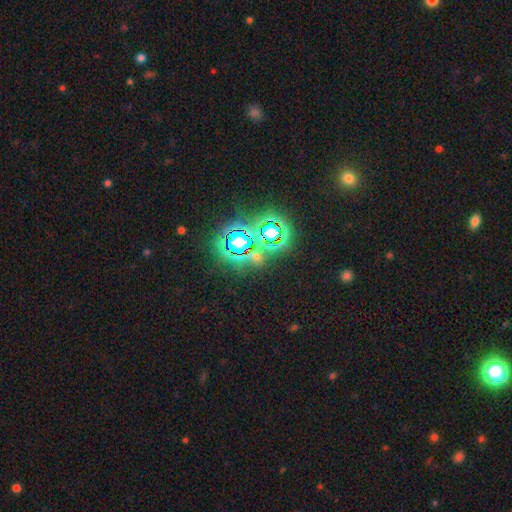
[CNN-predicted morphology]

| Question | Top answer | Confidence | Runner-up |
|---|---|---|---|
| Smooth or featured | star or artifact | 72% | smooth (19%) |